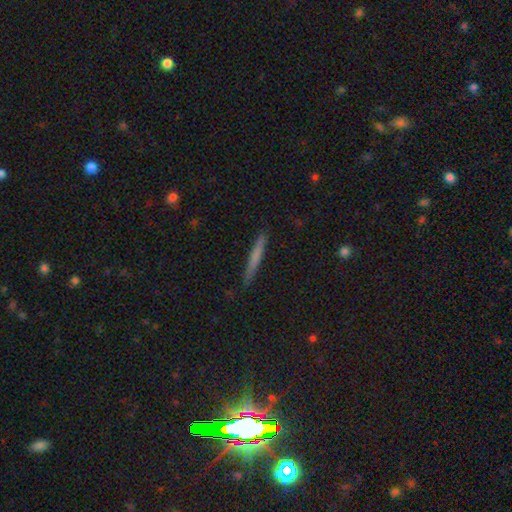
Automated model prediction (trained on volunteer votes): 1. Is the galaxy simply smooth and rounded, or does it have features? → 64% smooth, 29% featured or disk, 7% star or artifact.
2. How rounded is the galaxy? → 96% cigar-shaped, 2% in between, 1% round.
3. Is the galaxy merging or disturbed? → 89% none, 8% minor disturbance, 2% major disturbance, 1% merger.